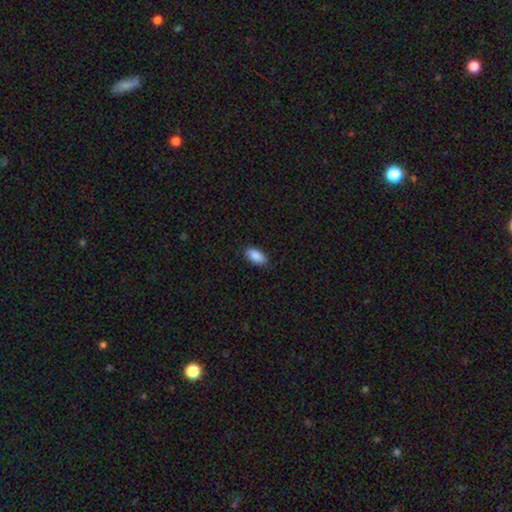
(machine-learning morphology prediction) smooth-or-featured: smooth: 90% | star or artifact: 7% | featured or disk: 4%
  how-rounded: in between: 93% | cigar-shaped: 5% | round: 3%
  merging: none: 88% | minor disturbance: 9% | major disturbance: 2% | merger: 1%